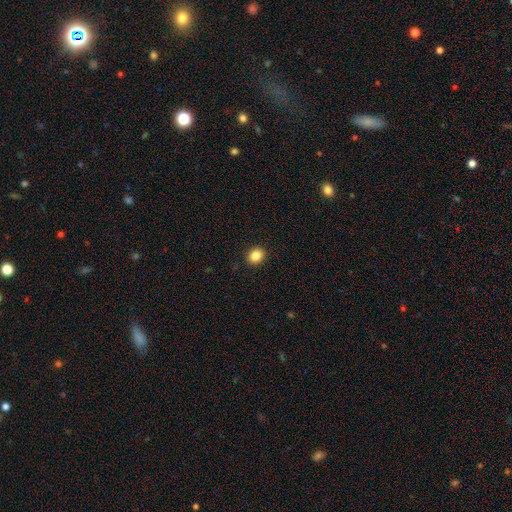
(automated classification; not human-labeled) The model was most divided on "how rounded": round: 65%, in between: 34%, cigar-shaped: 1%. More confident: merging — none (91%); smooth or featured — smooth (87%).